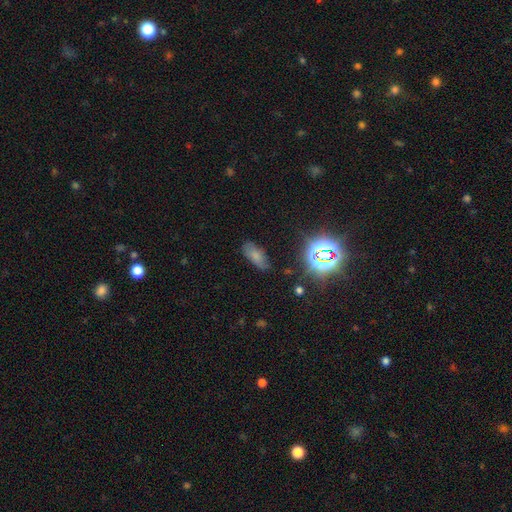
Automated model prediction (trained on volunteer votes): smooth-or-featured: smooth: 67% | star or artifact: 20% | featured or disk: 13%
  how-rounded: in between: 82% | cigar-shaped: 14% | round: 4%
  merging: none: 70% | minor disturbance: 21% | major disturbance: 6% | merger: 2%